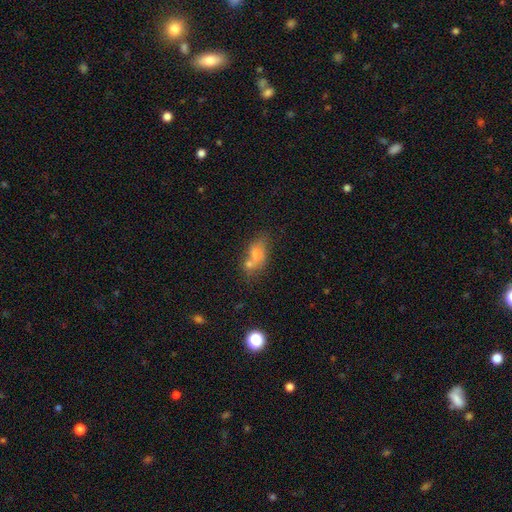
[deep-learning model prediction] A smooth galaxy with no disk features (66%) that is in between round and cigar-shaped (75%). Merging: merger (38%, tied with none).